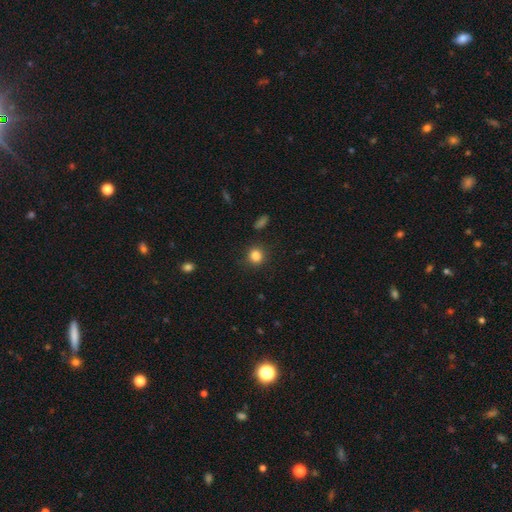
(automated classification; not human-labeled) Overall: smooth (84%). How rounded: round (86%). Merging: none (89%).